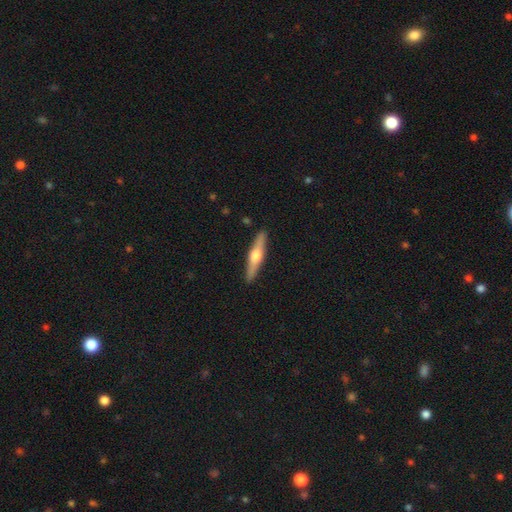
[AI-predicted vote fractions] A featured or disk galaxy (63%) viewed edge-on (97%) with a rounded central bulge (94%).

Vote fractions:
- Smooth or featured? featured or disk: 63% / smooth: 32% / star or artifact: 5%
- Edge-on disk? yes: 97% / no: 3%
- Edge-on bulge? rounded: 94% / boxy: 4% / none: 3%
- Merging? none: 91% / minor disturbance: 7% / major disturbance: 1% / merger: 1%